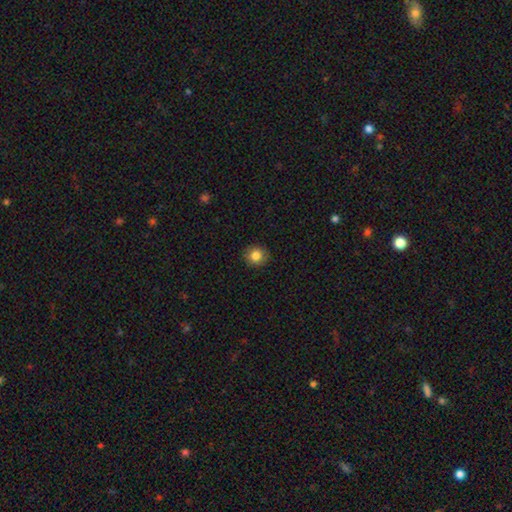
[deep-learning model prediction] Smooth or featured? Predicted: smooth (p=0.83). How rounded? Predicted: round (p=0.89). Merging? Predicted: none (p=0.91).